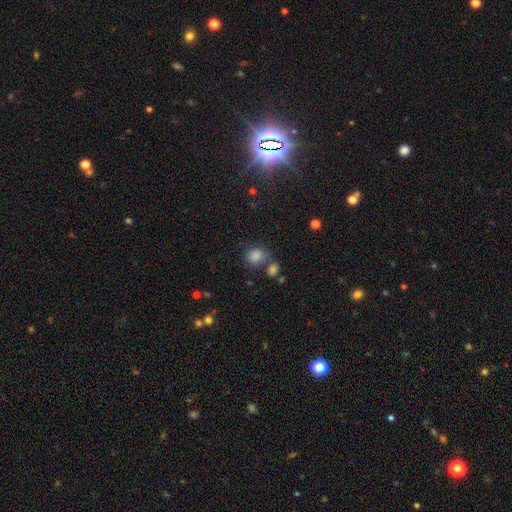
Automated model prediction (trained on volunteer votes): This is likely a smooth galaxy (71%). How rounded: likely round (72%). Merging: likely none (65%).